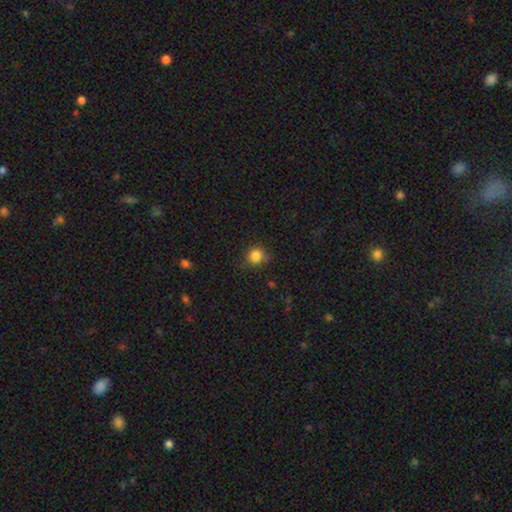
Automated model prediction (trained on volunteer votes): smooth_or_featured: smooth (p=0.84) [alt: star or artifact p=0.11]
how_rounded: round (p=0.86) [alt: in between p=0.13]
merging: none (p=0.73) [alt: minor disturbance p=0.20]